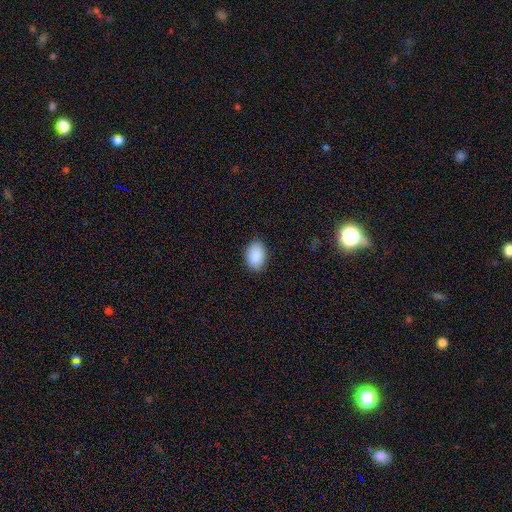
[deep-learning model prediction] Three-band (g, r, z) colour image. It shows a smooth galaxy with no disk features (90%) that is in between round and cigar-shaped (86%). Merging: none (86%).